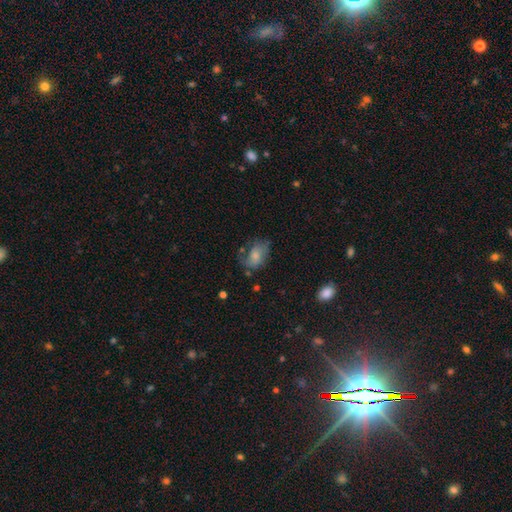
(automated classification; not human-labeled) The model was most divided on "merging": none: 44%, minor disturbance: 29%, major disturbance: 23%, merger: 4%. More confident: how rounded — in between (80%); smooth or featured — smooth (60%).